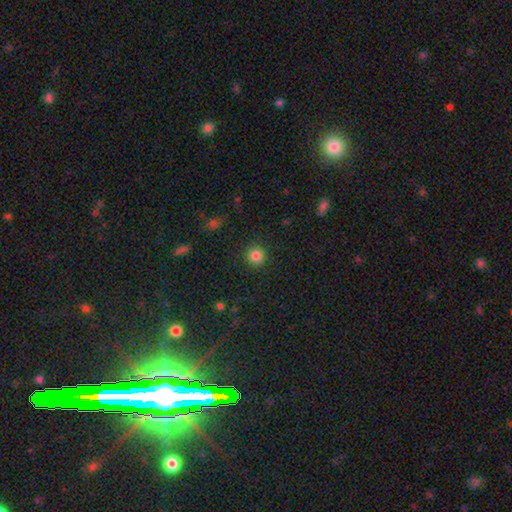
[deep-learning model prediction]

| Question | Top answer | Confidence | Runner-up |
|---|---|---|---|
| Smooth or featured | smooth | 84% | star or artifact (12%) |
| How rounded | round | 94% | in between (5%) |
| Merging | none | 91% | minor disturbance (6%) |